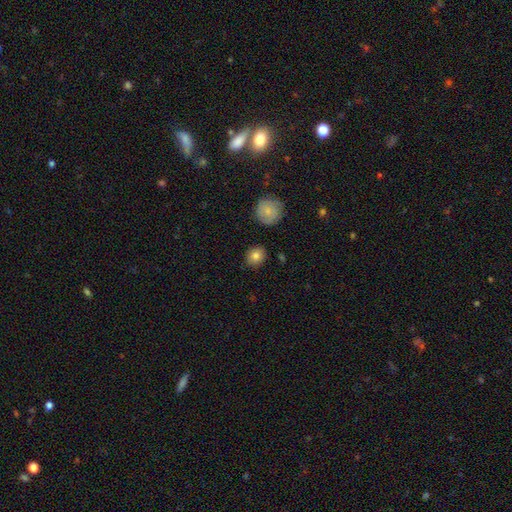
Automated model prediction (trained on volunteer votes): smooth 81%, featured or disk 10%, star or artifact 9%. Down the decision tree: how rounded — round (71%); merging — none (86%).